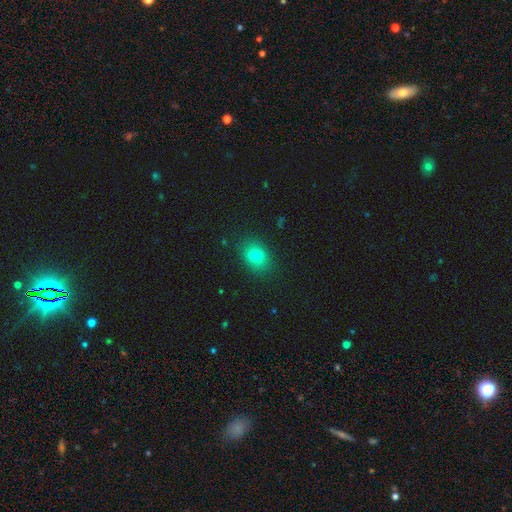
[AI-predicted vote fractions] The model was most divided on "how rounded": in between: 72%, round: 26%, cigar-shaped: 2%. More confident: merging — none (82%); smooth or featured — smooth (78%).